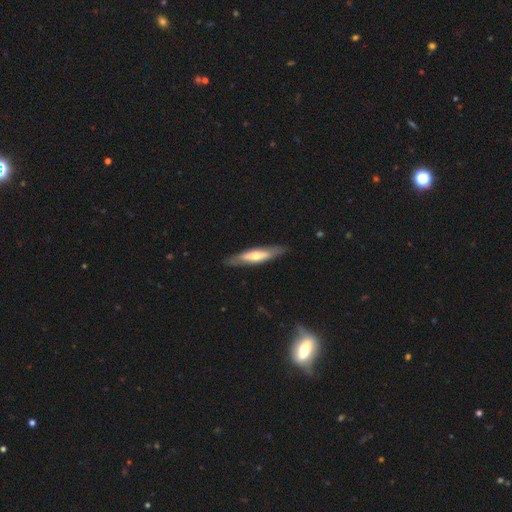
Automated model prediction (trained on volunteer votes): Smooth or featured? featured or disk (50%)
Merging? none (85%)